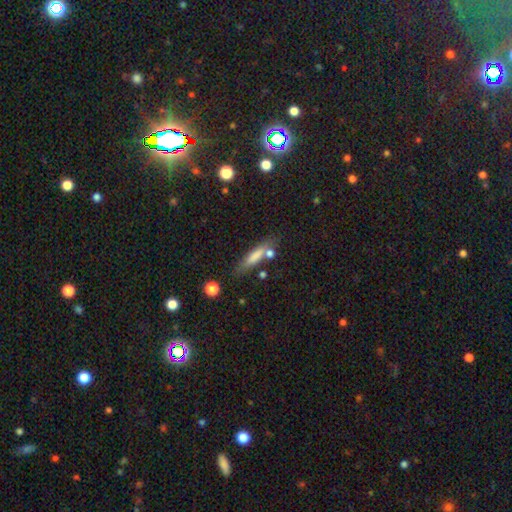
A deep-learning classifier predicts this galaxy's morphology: smooth 71%, featured or disk 20%, star or artifact 9%. Down the decision tree: how rounded — cigar-shaped (76%); merging — none (68%).